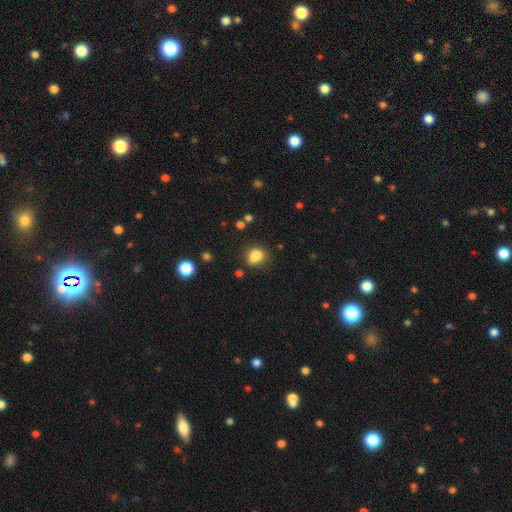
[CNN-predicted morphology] smooth 81%, star or artifact 11%, featured or disk 7%. Down the decision tree: how rounded — in between (60%); merging — none (57%).